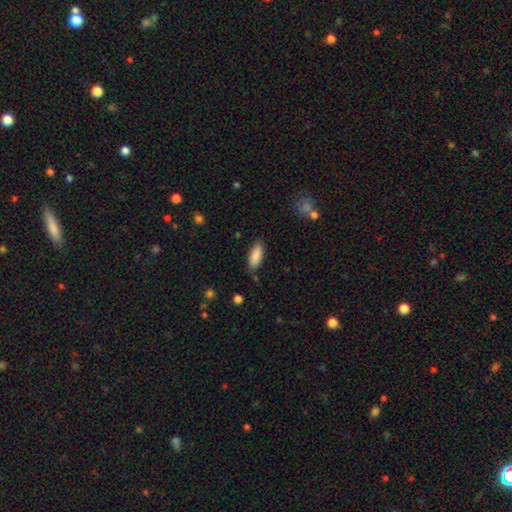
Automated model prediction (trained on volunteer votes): Q: Smooth or featured?
A: smooth (88%); runner-up: star or artifact (6%)
Q: How rounded?
A: in between (79%); runner-up: cigar-shaped (20%)
Q: Merging?
A: none (83%); runner-up: minor disturbance (13%)